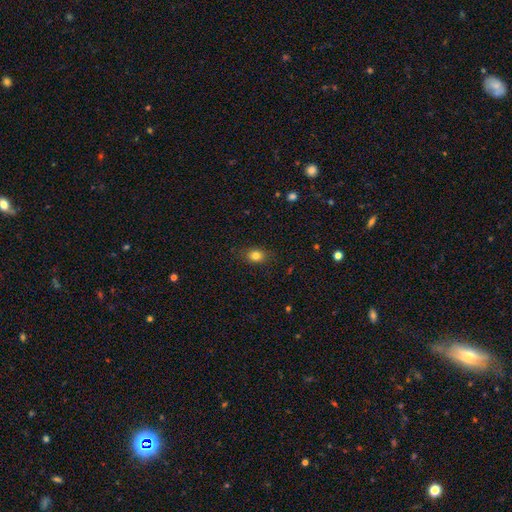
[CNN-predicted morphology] A smooth galaxy with no disk features (80%) that is in between round and cigar-shaped (57%).

Vote fractions:
- Smooth or featured? smooth: 80% / star or artifact: 12% / featured or disk: 8%
- How rounded? in between: 57% / round: 41% / cigar-shaped: 2%
- Merging? none: 83% / minor disturbance: 13% / major disturbance: 3% / merger: 1%